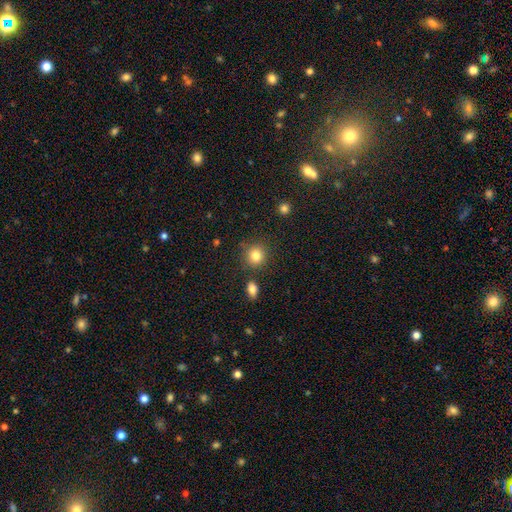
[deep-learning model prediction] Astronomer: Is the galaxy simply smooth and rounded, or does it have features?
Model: smooth — 84%.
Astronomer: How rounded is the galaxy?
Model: round — 89%.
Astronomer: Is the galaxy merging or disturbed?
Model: none — 84%.